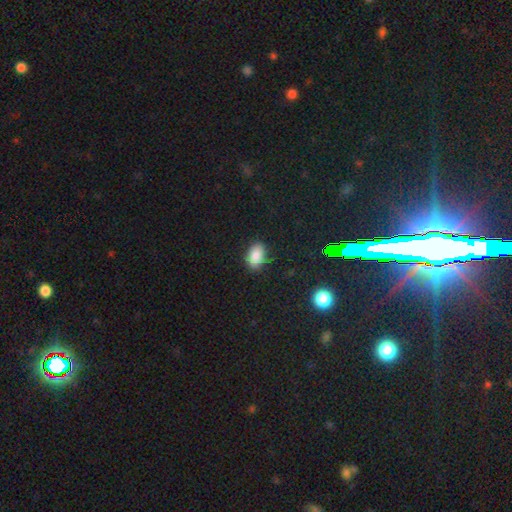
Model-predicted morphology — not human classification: Smooth or featured?
  - smooth: 84% *
  - star or artifact: 10%
  - featured or disk: 6%
How rounded?
  - in between: 87% *
  - round: 11%
  - cigar-shaped: 1%
Merging?
  - none: 85% *
  - minor disturbance: 11%
  - major disturbance: 3%
  - merger: 1%